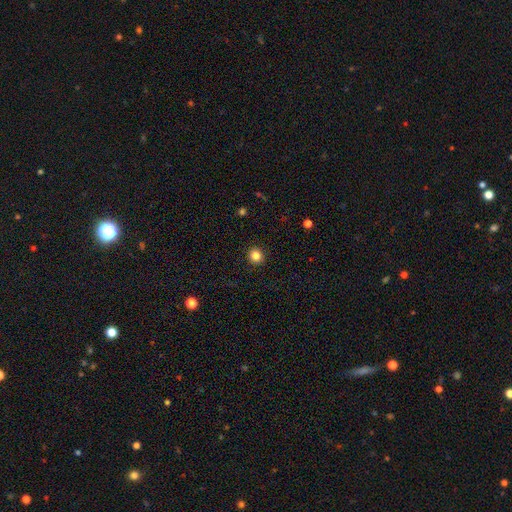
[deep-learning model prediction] Q: Smooth or featured?
A: smooth (84%); runner-up: star or artifact (11%)
Q: How rounded?
A: round (91%); runner-up: in between (8%)
Q: Merging?
A: none (93%); runner-up: minor disturbance (5%)